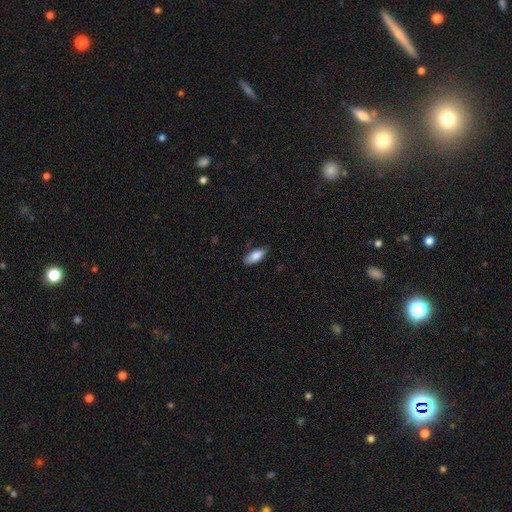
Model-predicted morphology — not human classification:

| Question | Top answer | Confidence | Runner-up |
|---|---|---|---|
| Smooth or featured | smooth | 83% | featured or disk (11%) |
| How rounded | in between | 82% | cigar-shaped (16%) |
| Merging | none | 78% | minor disturbance (18%) |